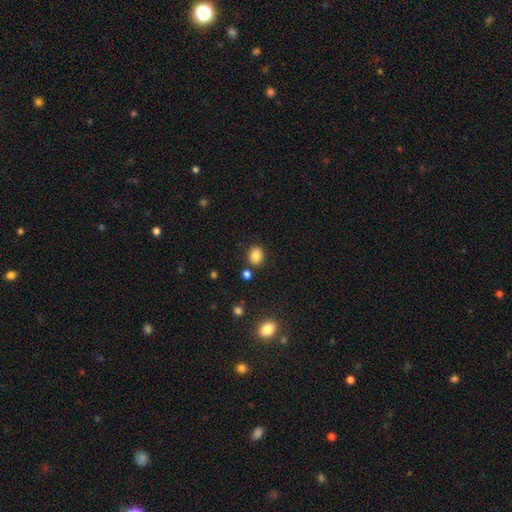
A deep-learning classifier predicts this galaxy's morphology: Overall: smooth (83%). How rounded: round (65%; in between 34%). Merging: none (83%).